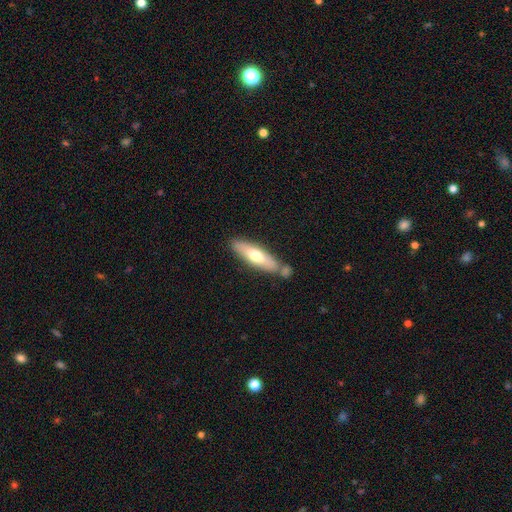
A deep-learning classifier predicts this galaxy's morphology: The model was most divided on "smooth or featured": smooth: 60%, featured or disk: 35%, star or artifact: 5%. More confident: how rounded — cigar-shaped (63%); merging — none (62%).